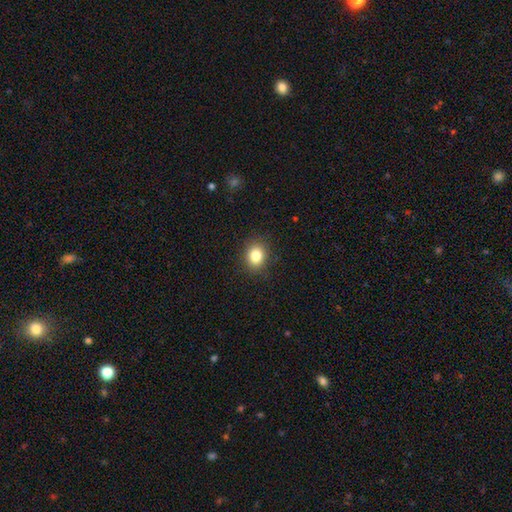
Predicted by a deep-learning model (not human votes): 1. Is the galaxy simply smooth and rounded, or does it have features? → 83% smooth, 11% star or artifact, 6% featured or disk.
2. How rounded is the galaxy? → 60% round, 39% in between, 1% cigar-shaped.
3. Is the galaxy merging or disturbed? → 88% none, 8% minor disturbance, 3% major disturbance, 1% merger.